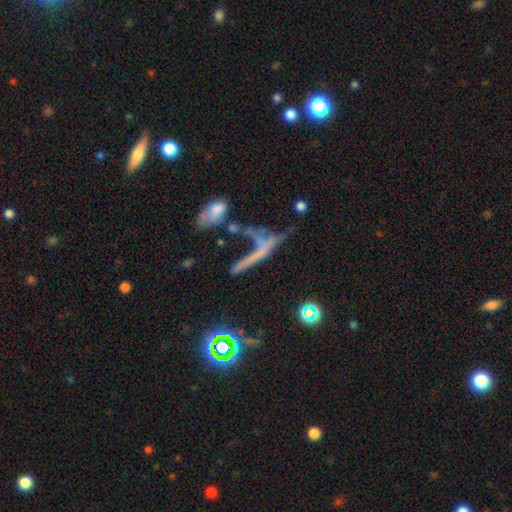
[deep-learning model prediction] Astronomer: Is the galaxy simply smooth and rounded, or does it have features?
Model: featured or disk — 42% (runner-up: smooth, 29%).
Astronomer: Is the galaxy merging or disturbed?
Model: merger — 32% (runner-up: none, 29%).